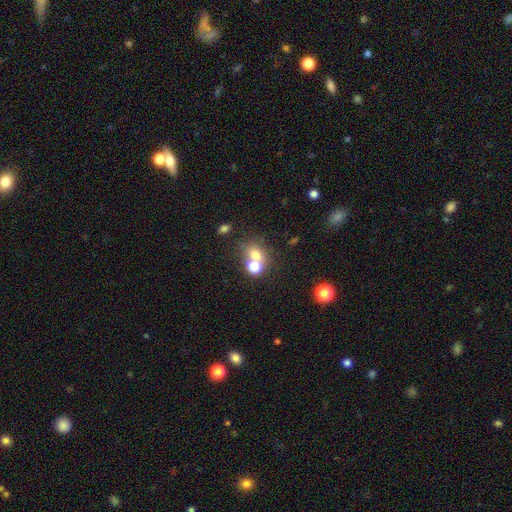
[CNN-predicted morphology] smooth-or-featured: smooth: 68% | star or artifact: 17% | featured or disk: 15%
  how-rounded: round: 59% | in between: 40% | cigar-shaped: 1%
  merging: merger: 47% | none: 39% | minor disturbance: 9% | major disturbance: 5%